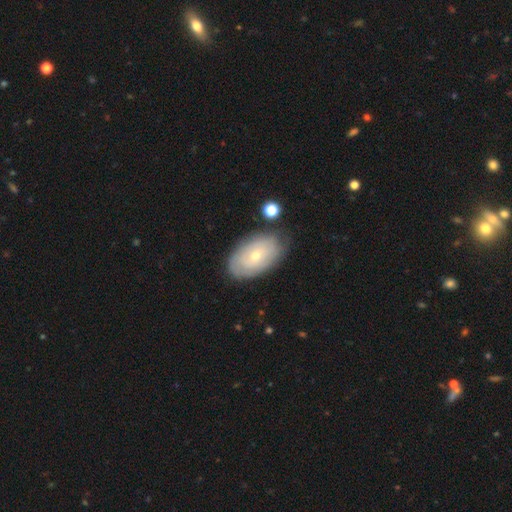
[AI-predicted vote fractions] Smooth or featured? Predicted: featured or disk (p=0.53). Edge-on disk? Predicted: no (p=0.93). Merging? Predicted: none (p=0.77).